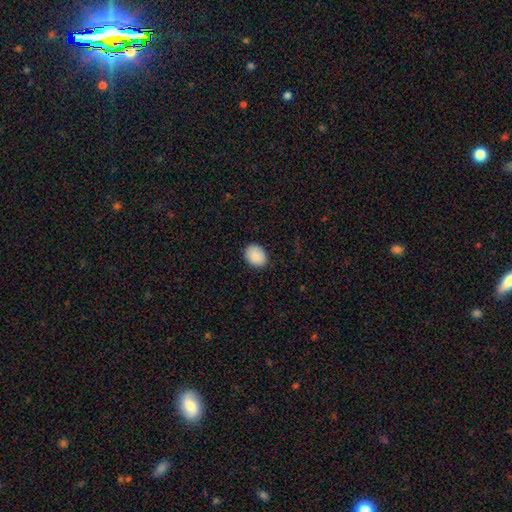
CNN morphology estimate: Smooth or featured?
  - smooth: 90% *
  - star or artifact: 7%
  - featured or disk: 3%
How rounded?
  - in between: 54% *
  - round: 45%
  - cigar-shaped: 1%
Merging?
  - none: 89% *
  - minor disturbance: 9%
  - major disturbance: 2%
  - merger: 1%